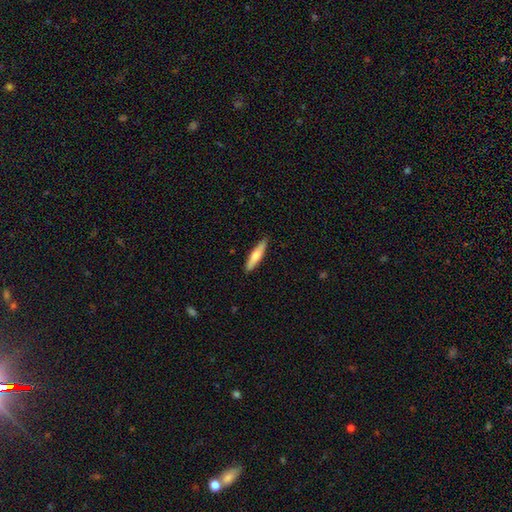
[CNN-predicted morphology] Smooth or featured: smooth — 69% (featured or disk — 26%)
How rounded: cigar-shaped — 81% (in between — 17%)
Merging: none — 87% (minor disturbance — 10%)